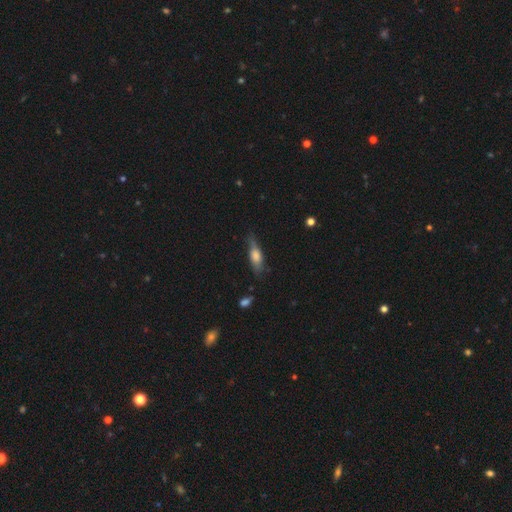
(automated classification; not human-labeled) Overall: smooth (58%; featured or disk 35%). How rounded: in between (53%; cigar-shaped 44%). Merging: none (60%; minor disturbance 29%).